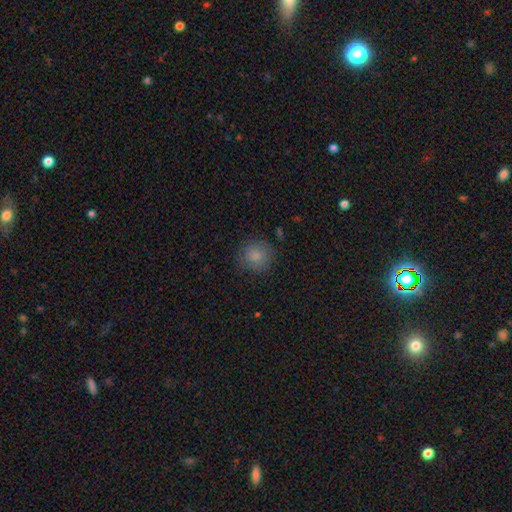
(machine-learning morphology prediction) Overall: smooth (84%). How rounded: round (91%). Merging: none (83%).